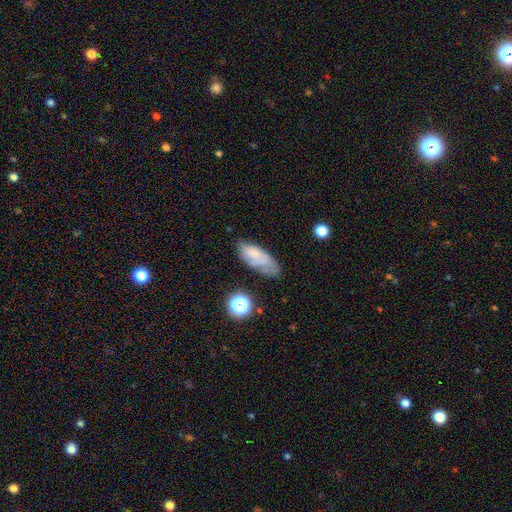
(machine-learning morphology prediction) smooth-or-featured: smooth: 56% | featured or disk: 33% | star or artifact: 11%
  how-rounded: in between: 81% | cigar-shaped: 15% | round: 4%
  merging: none: 44% | minor disturbance: 33% | major disturbance: 17% | merger: 6%